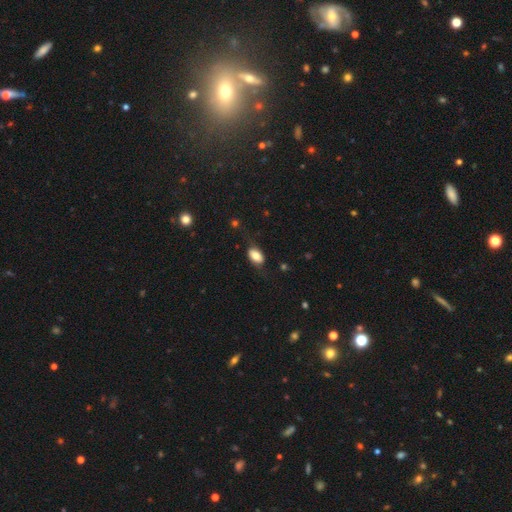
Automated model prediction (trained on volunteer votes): Morphology: type=smooth (77%); roundness=in between (90%); merging=none (70%).